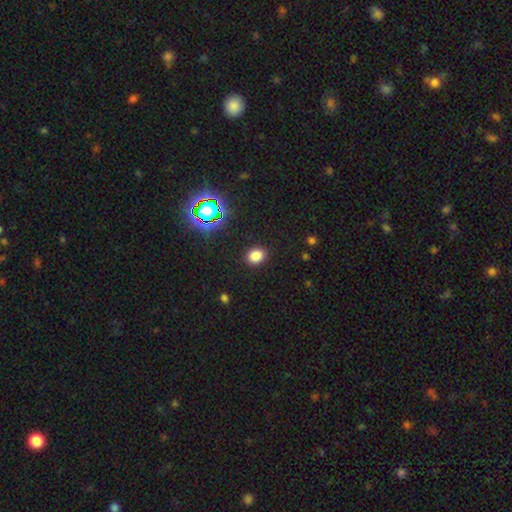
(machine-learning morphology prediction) Smooth or featured: smooth — 81% (star or artifact — 15%)
How rounded: in between — 54% (round — 45%)
Merging: none — 88% (minor disturbance — 8%)